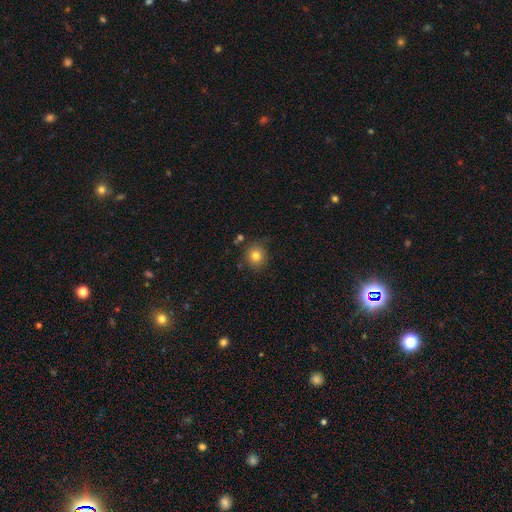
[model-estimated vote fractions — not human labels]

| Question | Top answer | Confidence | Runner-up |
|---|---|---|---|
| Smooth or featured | smooth | 80% | star or artifact (12%) |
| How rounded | round | 90% | in between (9%) |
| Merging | none | 81% | minor disturbance (12%) |